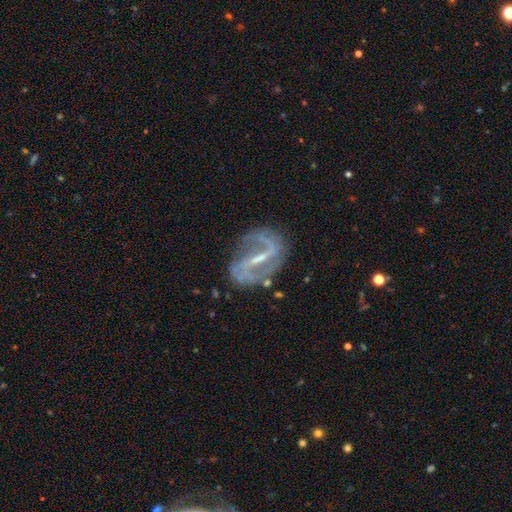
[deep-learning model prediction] featured or disk 86%, star or artifact 8%, smooth 6%. Down the decision tree: edge-on disk — no (95%); bar — strong (62%); spiral arms — yes (92%); spiral arm count — 2 (89%); spiral winding — loose (42%); bulge size — small (68%); merging — none (75%).